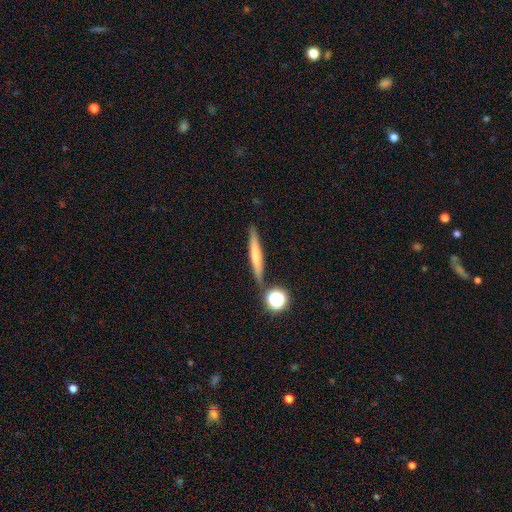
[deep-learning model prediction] Smooth or featured: smooth — 58% (featured or disk — 33%)
How rounded: cigar-shaped — 91% (in between — 5%)
Merging: none — 81% (minor disturbance — 10%)